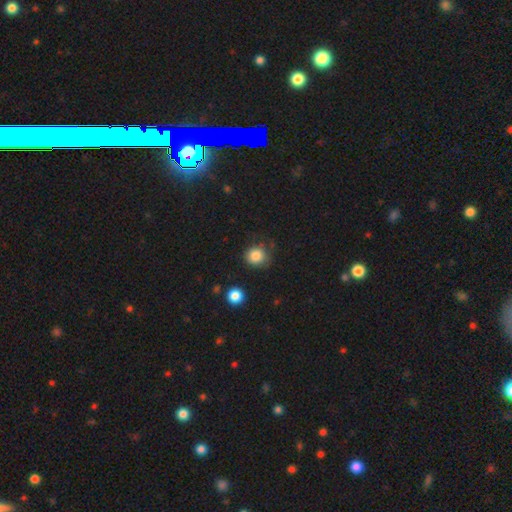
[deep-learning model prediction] Smooth or featured?
  - smooth: 84% *
  - star or artifact: 10%
  - featured or disk: 6%
How rounded?
  - round: 84% *
  - in between: 15%
  - cigar-shaped: 1%
Merging?
  - none: 73% *
  - minor disturbance: 19%
  - major disturbance: 6%
  - merger: 3%